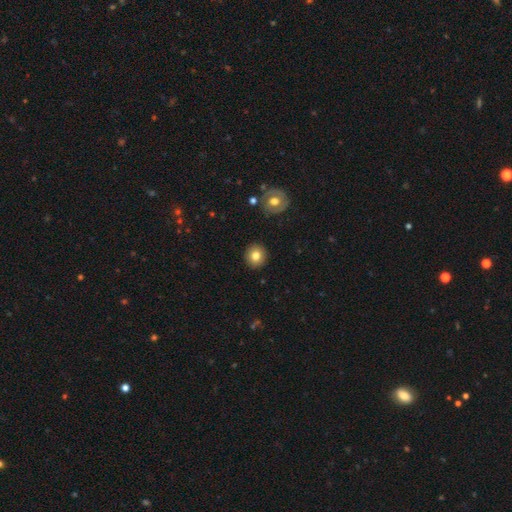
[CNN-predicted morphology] smooth 79%, featured or disk 11%, star or artifact 9%. Down the decision tree: how rounded — round (88%); merging — none (90%).